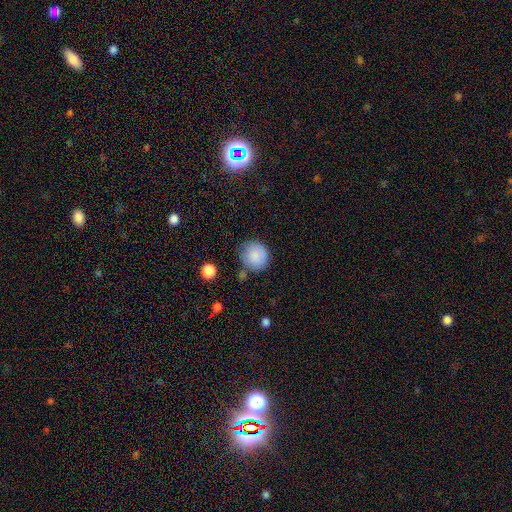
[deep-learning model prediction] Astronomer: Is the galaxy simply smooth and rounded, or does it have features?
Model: smooth — 86%.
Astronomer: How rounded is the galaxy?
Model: round — 93%.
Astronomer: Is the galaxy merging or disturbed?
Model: none — 76%.